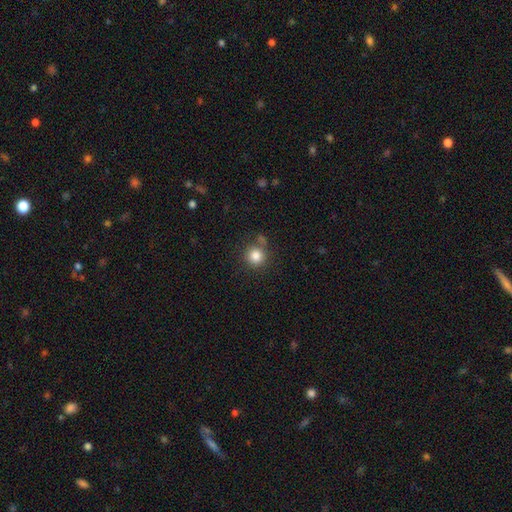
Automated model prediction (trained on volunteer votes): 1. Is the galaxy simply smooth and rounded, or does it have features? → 83% smooth, 11% star or artifact, 6% featured or disk.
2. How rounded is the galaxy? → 93% round, 6% in between, 1% cigar-shaped.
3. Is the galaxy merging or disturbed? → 75% none, 11% minor disturbance, 10% merger, 4% major disturbance.